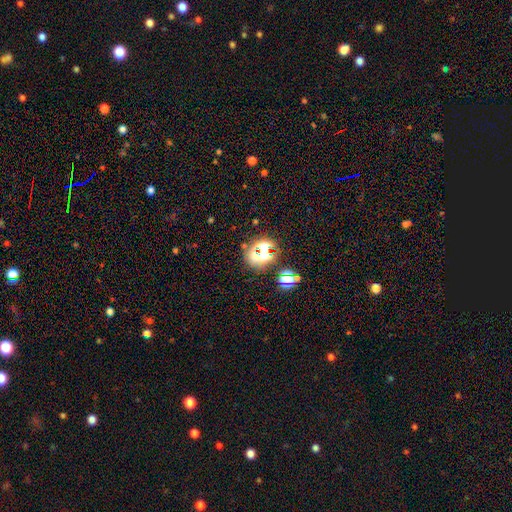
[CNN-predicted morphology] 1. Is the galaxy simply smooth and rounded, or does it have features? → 68% star or artifact, 23% smooth, 9% featured or disk.